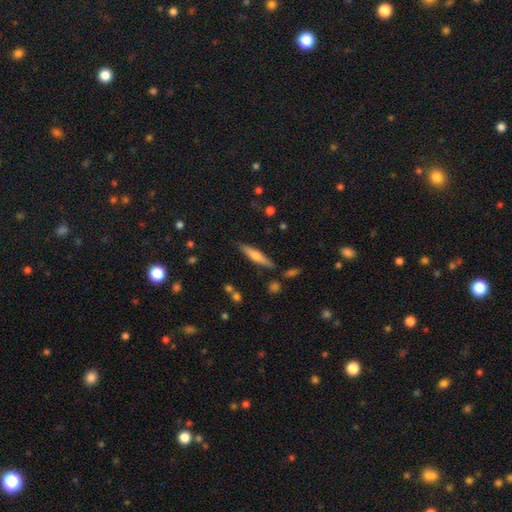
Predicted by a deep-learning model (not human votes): Morphology: type=featured or disk (48%); merging=none (84%).